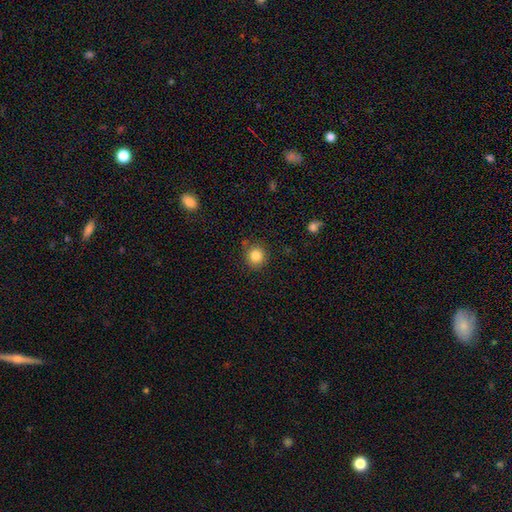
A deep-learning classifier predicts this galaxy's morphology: Smooth or featured? Predicted: smooth (p=0.84). How rounded? Predicted: round (p=0.91). Merging? Predicted: none (p=0.85).